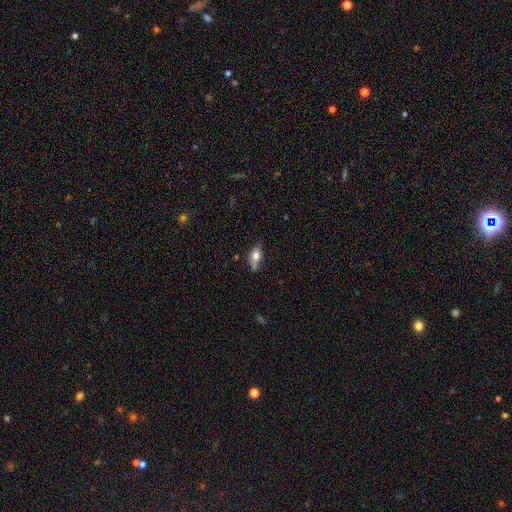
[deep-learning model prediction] Overall: smooth (63%; featured or disk 29%). How rounded: in between (77%). Merging: none (63%; minor disturbance 27%).